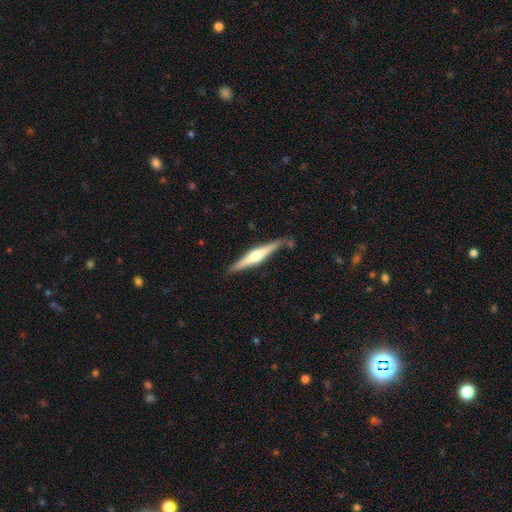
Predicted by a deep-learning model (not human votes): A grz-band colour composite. It shows a featured or disk galaxy (70%) viewed edge-on (98%) with a rounded central bulge (88%). Merging: none (85%).